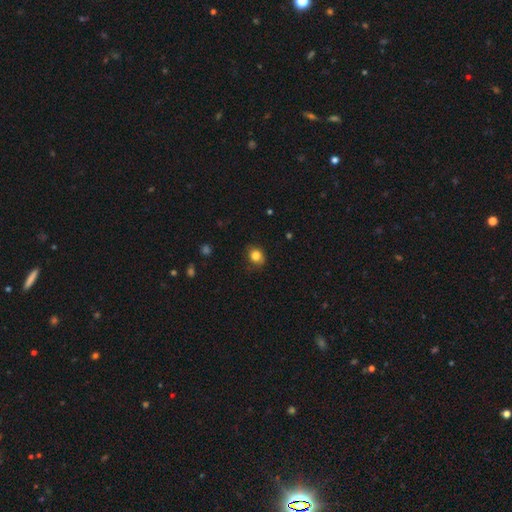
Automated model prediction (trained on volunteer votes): Overall: smooth (83%). How rounded: round (58%; in between 41%). Merging: none (78%).